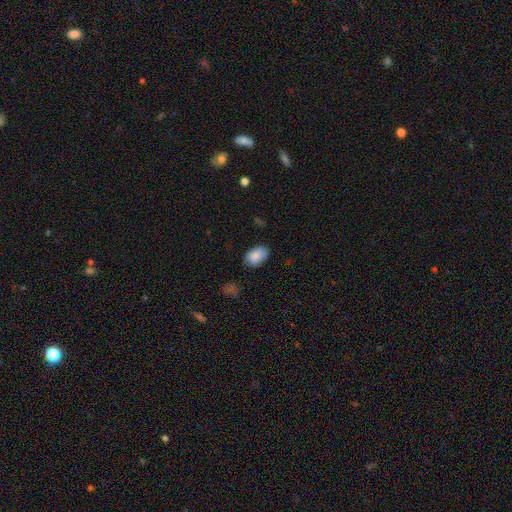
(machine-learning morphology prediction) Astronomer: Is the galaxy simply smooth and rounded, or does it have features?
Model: smooth — 86%.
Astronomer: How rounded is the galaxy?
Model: in between — 90%.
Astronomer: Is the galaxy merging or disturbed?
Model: none — 75%.